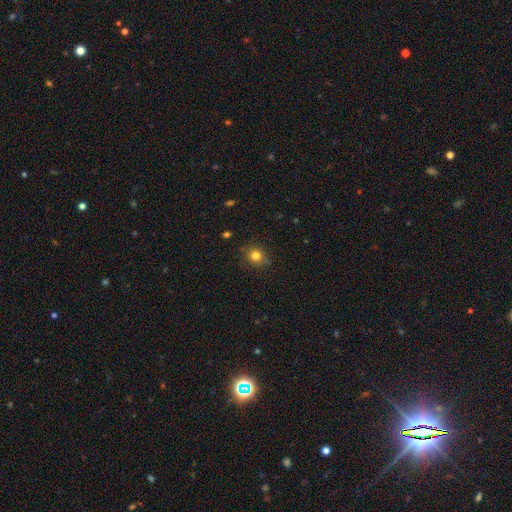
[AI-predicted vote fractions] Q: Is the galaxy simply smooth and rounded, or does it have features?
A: smooth — 81%.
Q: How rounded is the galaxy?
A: round — 84%.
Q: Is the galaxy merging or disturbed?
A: none — 84%.